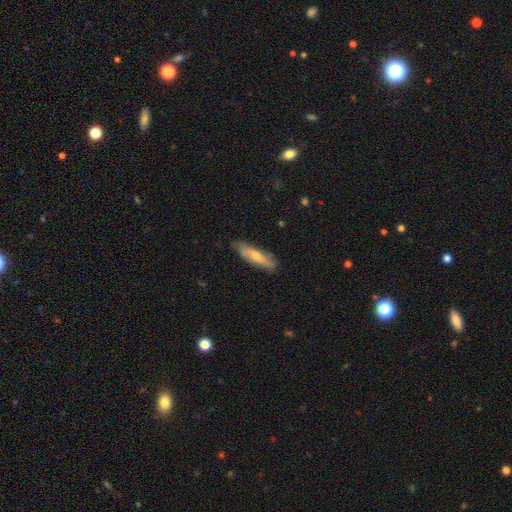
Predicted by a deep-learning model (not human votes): This appears to be a smooth galaxy with no disk features (49%). Merging: none (80%).